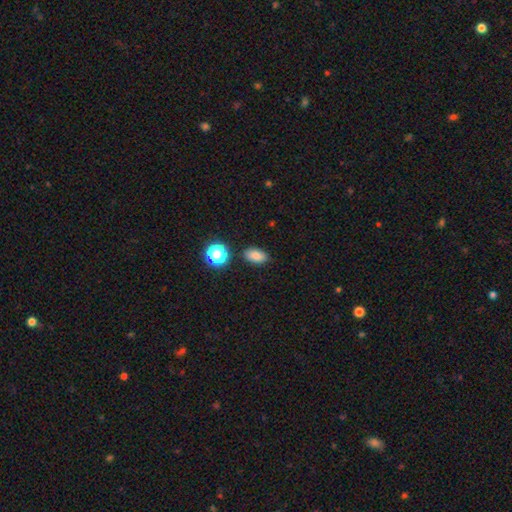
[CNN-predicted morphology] Smooth or featured? smooth (82%)
How rounded? in between (87%)
Merging? none (83%)